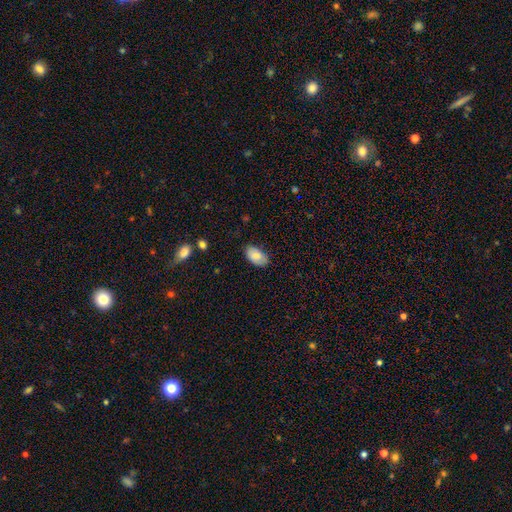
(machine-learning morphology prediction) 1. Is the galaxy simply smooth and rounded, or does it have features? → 83% smooth, 10% featured or disk, 7% star or artifact.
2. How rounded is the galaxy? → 94% in between, 4% round, 1% cigar-shaped.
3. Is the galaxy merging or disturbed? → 80% none, 16% minor disturbance, 3% major disturbance, 1% merger.